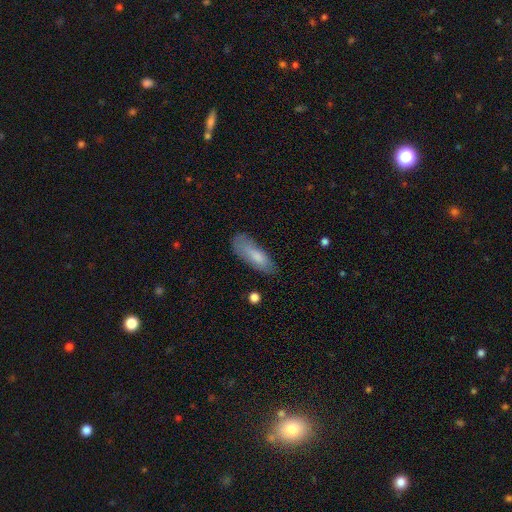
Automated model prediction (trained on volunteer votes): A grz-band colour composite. It shows a smooth galaxy with no disk features (76%) that is in between round and cigar-shaped (58%). Merging: none (67%).